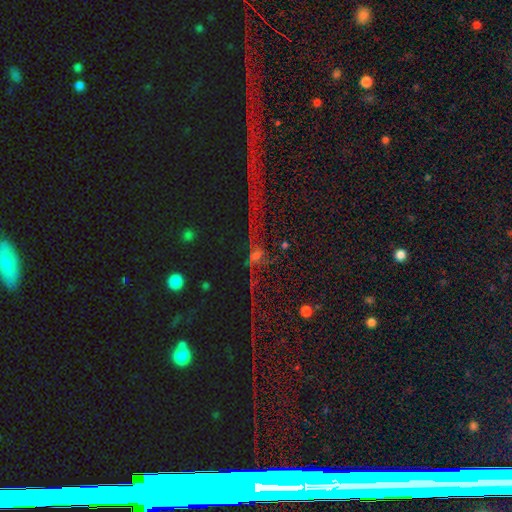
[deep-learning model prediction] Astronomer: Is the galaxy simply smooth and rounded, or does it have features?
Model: star or artifact — 59%.